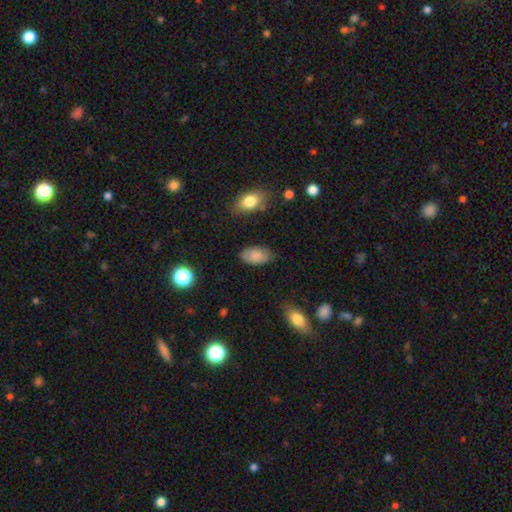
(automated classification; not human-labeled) Smooth or featured? smooth (82%)
How rounded? in between (94%)
Merging? none (79%)